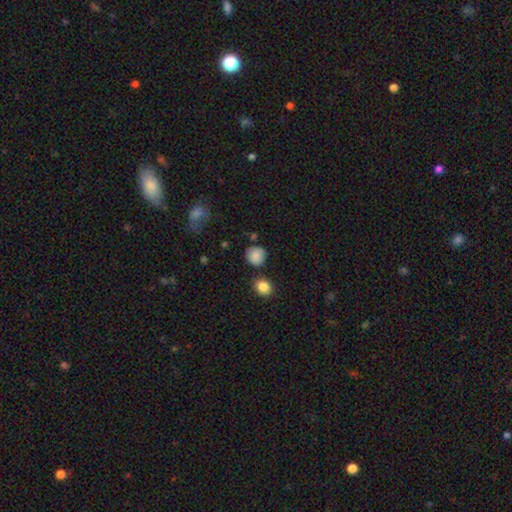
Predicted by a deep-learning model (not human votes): smooth-or-featured: smooth: 85% | star or artifact: 9% | featured or disk: 6%
  how-rounded: round: 87% | in between: 12% | cigar-shaped: 1%
  merging: none: 77% | minor disturbance: 15% | merger: 5% | major disturbance: 4%